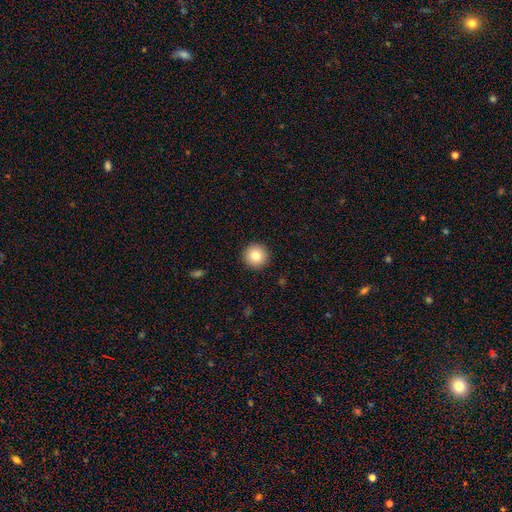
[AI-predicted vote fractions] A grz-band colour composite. It shows a smooth galaxy with no disk features (81%) that is round (96%). Merging: none (93%).